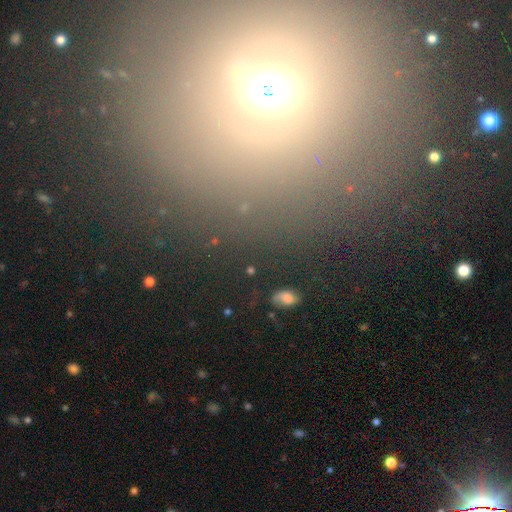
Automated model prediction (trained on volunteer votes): A star or artifact, not a galaxy (39%).

Vote fractions:
- Smooth or featured? star or artifact: 39% / smooth: 34% / featured or disk: 26%